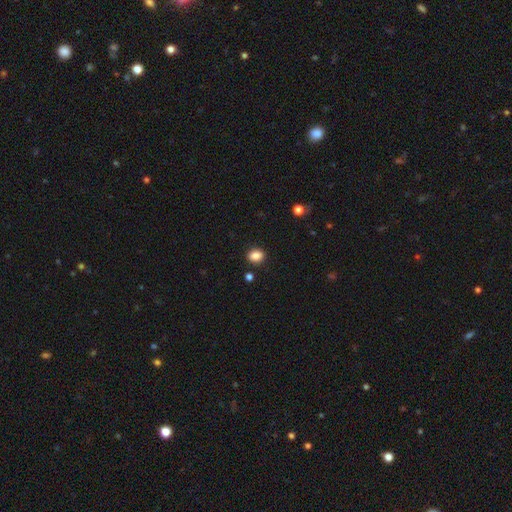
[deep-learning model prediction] This appears to be a smooth galaxy with no disk features (87%) that is in between round and cigar-shaped (58%). Merging: none (88%).